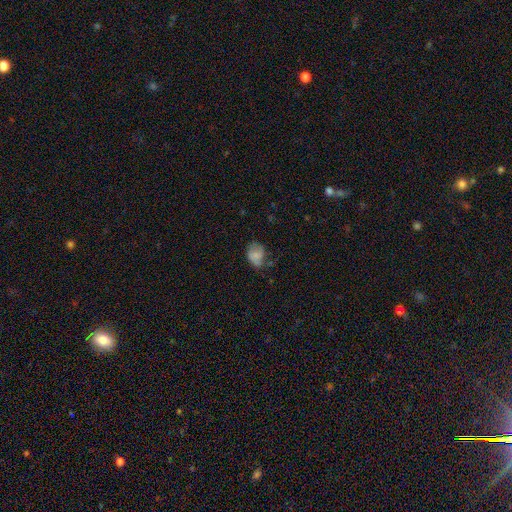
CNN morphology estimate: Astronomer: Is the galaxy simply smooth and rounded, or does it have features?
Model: smooth — 68%.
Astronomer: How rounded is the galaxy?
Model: in between — 65%.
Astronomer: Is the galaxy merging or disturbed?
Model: none — 45% (runner-up: minor disturbance, 34%).